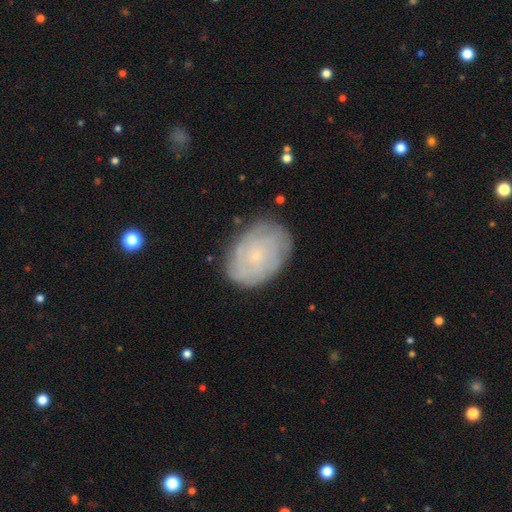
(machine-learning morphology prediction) This is likely a featured or disk galaxy (60%). It is clearly not viewed edge-on (96%). Bar: clearly no (83%). Spiral arm pattern: clearly yes (85%). Central bulge: clearly small (80%). Merging: clearly none (81%).